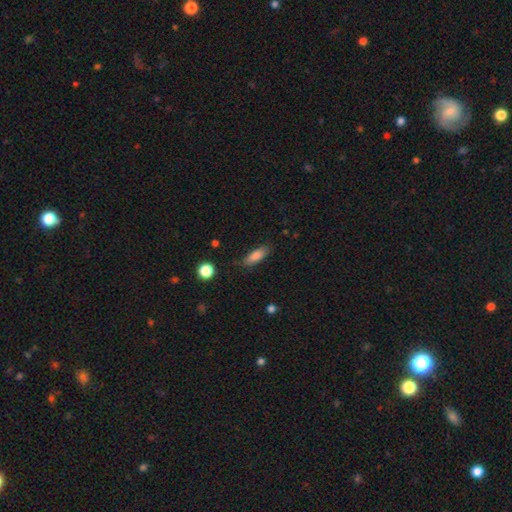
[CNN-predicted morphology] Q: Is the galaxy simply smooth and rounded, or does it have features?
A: smooth — 82%.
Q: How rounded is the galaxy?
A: in between — 63%.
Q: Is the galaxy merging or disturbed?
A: none — 77%.